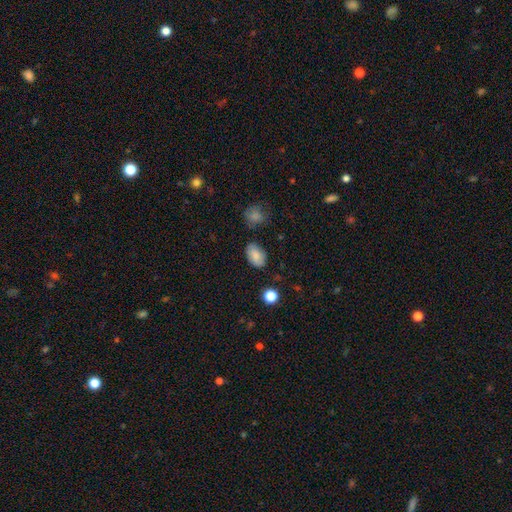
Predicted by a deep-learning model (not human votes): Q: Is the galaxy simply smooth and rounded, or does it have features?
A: smooth — 83%.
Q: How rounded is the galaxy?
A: in between — 88%.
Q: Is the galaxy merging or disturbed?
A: none — 76%.